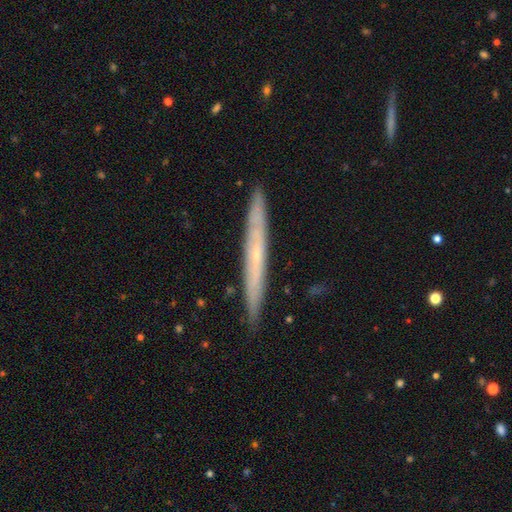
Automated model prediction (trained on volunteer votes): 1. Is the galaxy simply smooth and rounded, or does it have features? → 61% featured or disk, 32% smooth, 7% star or artifact.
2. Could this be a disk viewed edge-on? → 90% yes, 10% no.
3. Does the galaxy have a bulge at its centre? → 65% none, 33% rounded, 3% boxy.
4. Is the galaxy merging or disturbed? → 89% none, 8% minor disturbance, 1% major disturbance, 1% merger.